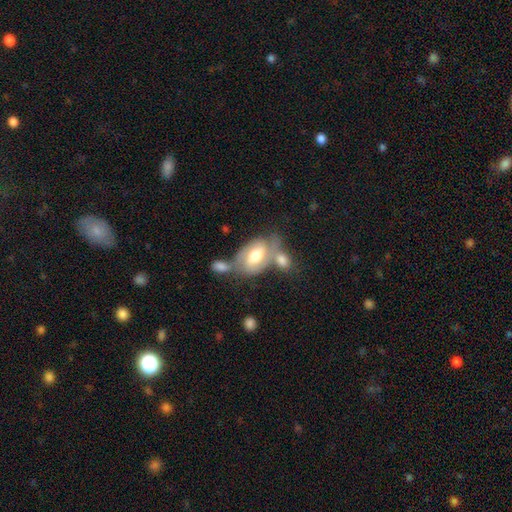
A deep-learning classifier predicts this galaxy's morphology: featured or disk 53%, smooth 40%, star or artifact 6%. Down the decision tree: edge-on disk — no (94%); merging — merger (38%).